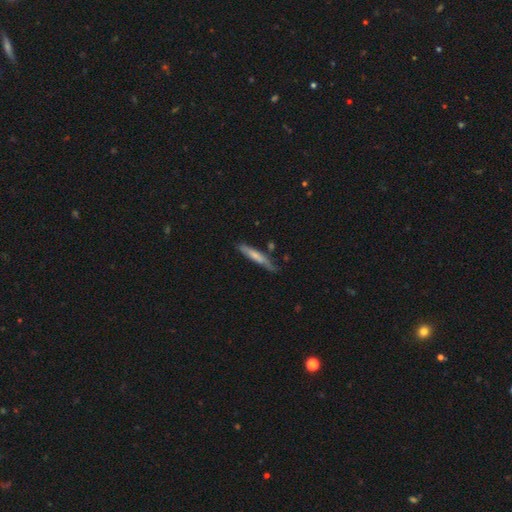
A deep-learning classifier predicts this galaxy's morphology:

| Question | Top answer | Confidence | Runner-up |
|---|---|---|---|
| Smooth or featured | smooth | 60% | featured or disk (34%) |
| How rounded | cigar-shaped | 91% | in between (8%) |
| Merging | none | 69% | minor disturbance (22%) |